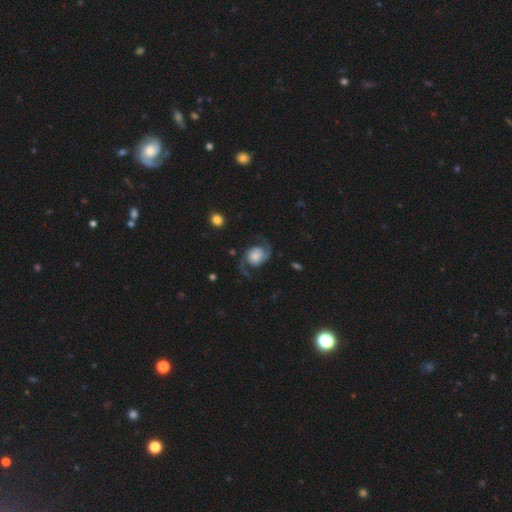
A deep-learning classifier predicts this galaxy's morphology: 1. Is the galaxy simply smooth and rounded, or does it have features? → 84% featured or disk, 10% smooth, 6% star or artifact.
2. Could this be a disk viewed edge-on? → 98% no, 2% yes.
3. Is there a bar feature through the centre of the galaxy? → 71% no, 23% weak, 5% strong.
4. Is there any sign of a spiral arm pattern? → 97% yes, 3% no.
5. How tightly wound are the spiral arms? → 47% loose, 41% medium, 12% tight.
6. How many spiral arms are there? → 93% 2, 2% 1, 2% can't tell, 1% 3, 1% 4, 1% more than 4.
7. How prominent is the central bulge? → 28% moderate, 25% large, 25% small, 12% none, 9% dominant.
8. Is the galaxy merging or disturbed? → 71% none, 16% minor disturbance, 12% major disturbance, 2% merger.